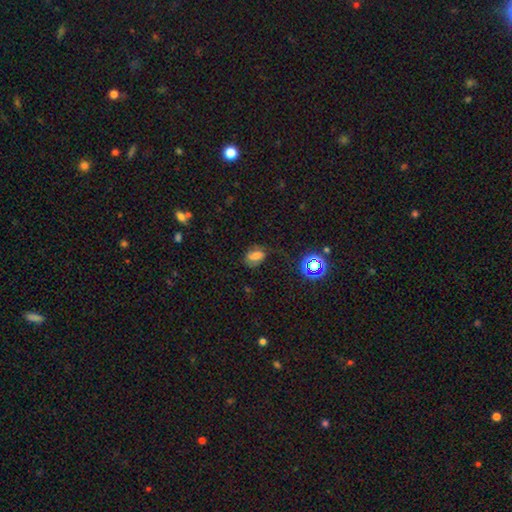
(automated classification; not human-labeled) smooth-or-featured: smooth: 59% | featured or disk: 22% | star or artifact: 19%
  how-rounded: in between: 80% | round: 17% | cigar-shaped: 3%
  merging: none: 57% | minor disturbance: 26% | major disturbance: 14% | merger: 3%